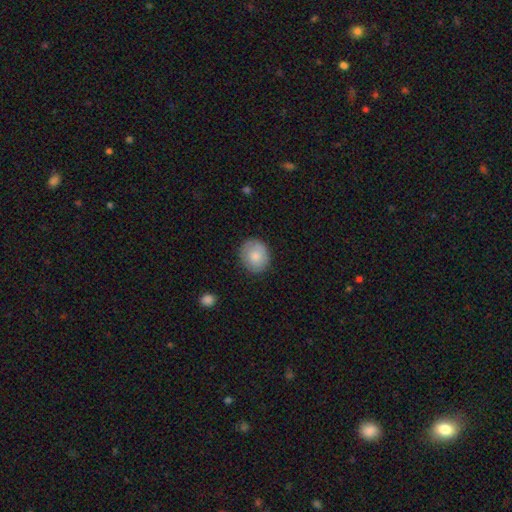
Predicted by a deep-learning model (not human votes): The model was most divided on "how rounded": round: 71%, in between: 28%, cigar-shaped: 1%. More confident: merging — none (82%); smooth or featured — smooth (82%).